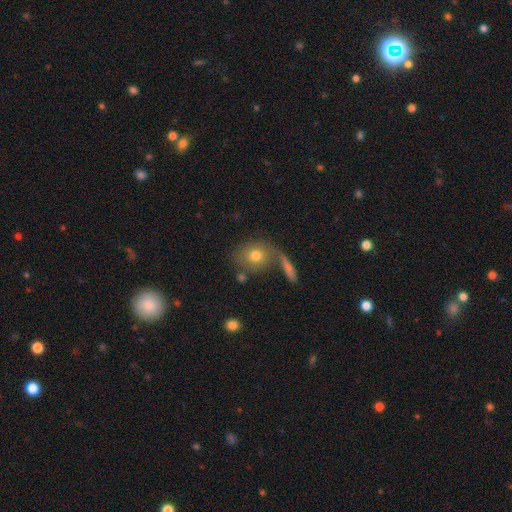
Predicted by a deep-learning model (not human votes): Smooth or featured: smooth — 72% (featured or disk — 18%)
How rounded: round — 61% (in between — 36%)
Merging: none — 57% (merger — 22%)